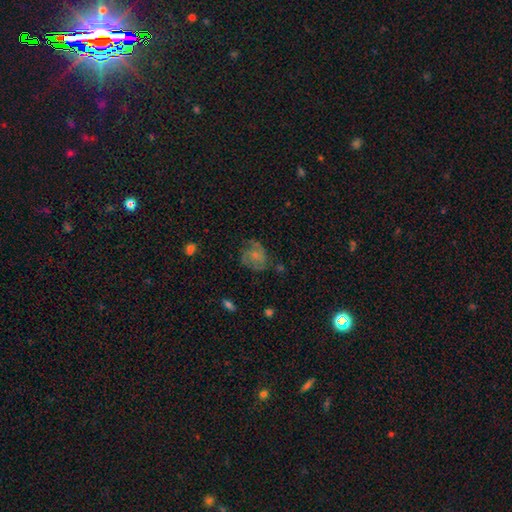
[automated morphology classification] This is possibly a featured or disk galaxy (51%). It is clearly not viewed edge-on (97%). Bar: likely no (71%). Spiral arm pattern: likely yes (79%). Central bulge: possibly small (49%). Merging: possibly none (56%).